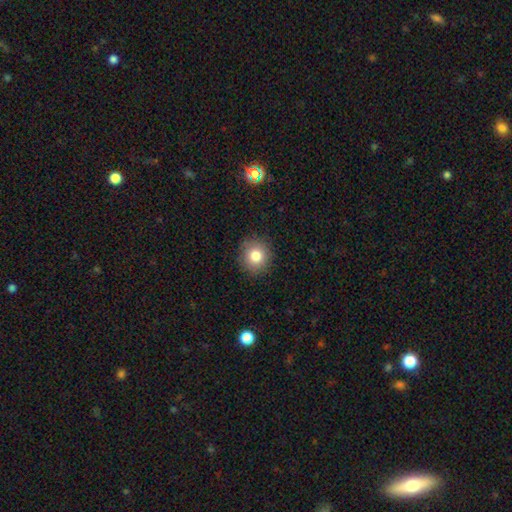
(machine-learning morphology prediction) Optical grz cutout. It shows a smooth galaxy with no disk features (81%) that is round (90%). Merging: none (89%).